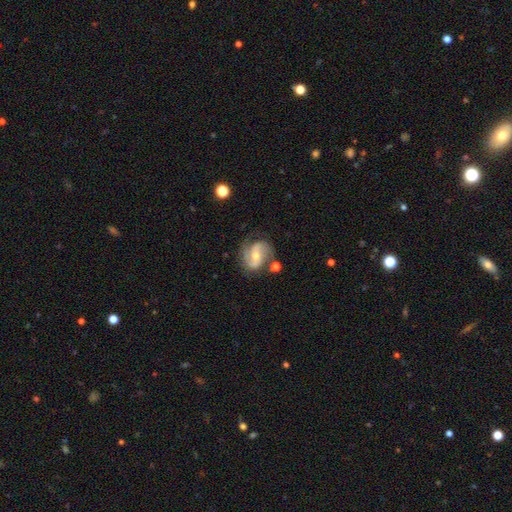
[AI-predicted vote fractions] Smooth or featured? Predicted: featured or disk (p=0.80). Edge-on disk? Predicted: no (p=0.97). Bar? Predicted: weak (p=0.41). Spiral arms? Predicted: yes (p=0.94). Spiral winding? Predicted: medium (p=0.48). Spiral arm count? Predicted: 2 (p=0.77). Bulge size? Predicted: small (p=0.50). Merging? Predicted: none (p=0.62).